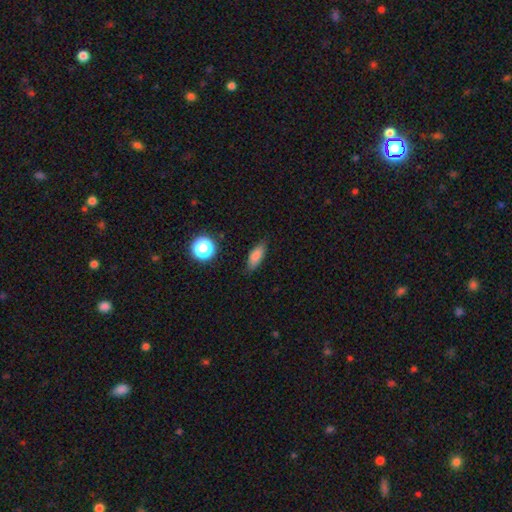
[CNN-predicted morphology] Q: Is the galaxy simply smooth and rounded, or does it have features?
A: smooth — 80%.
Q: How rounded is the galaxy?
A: in between — 69%.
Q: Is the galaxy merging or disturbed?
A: none — 83%.